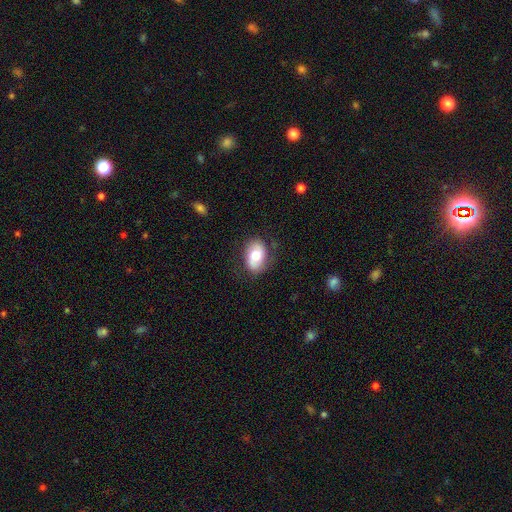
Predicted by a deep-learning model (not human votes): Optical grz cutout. It shows a smooth galaxy with no disk features (69%) that is in between round and cigar-shaped (86%). Merging: none (75%).